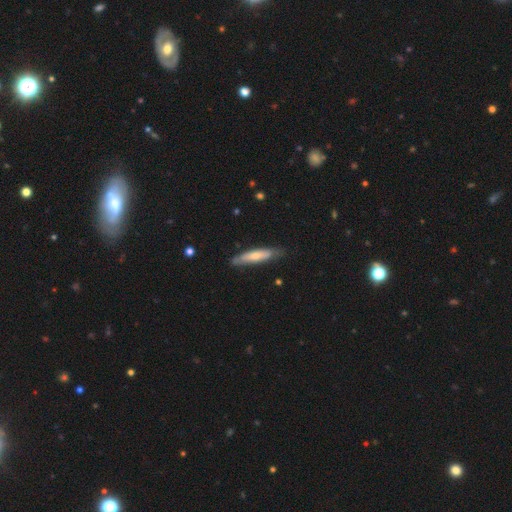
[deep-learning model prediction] This is possibly a smooth galaxy (59%). How rounded: clearly cigar-shaped (82%). Merging: likely none (75%).